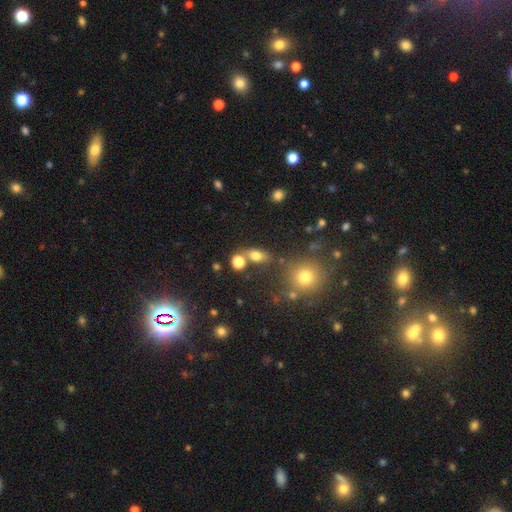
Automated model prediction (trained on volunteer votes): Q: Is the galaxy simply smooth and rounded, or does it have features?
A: smooth — 73%.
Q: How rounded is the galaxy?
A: in between — 72%.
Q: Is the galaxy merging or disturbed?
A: none — 62%.